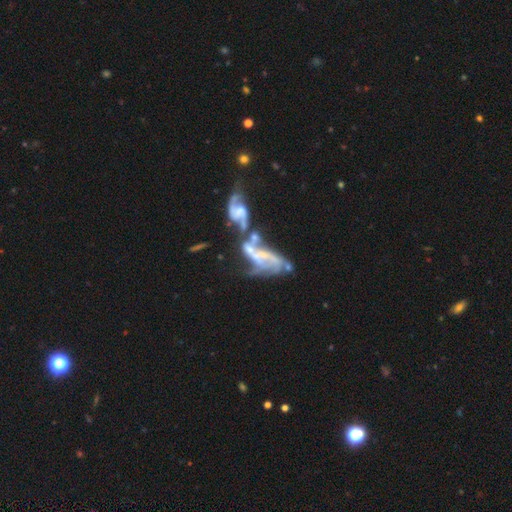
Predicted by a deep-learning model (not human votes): A featured or disk galaxy (76%) with no bar (57%), spiral arms (68%) and no central bulge (40%).

Vote fractions:
- Smooth or featured? featured or disk: 76% / smooth: 14% / star or artifact: 10%
- Edge-on disk? no: 96% / yes: 4%
- Bar? no: 57% / weak: 29% / strong: 14%
- Spiral arms? yes: 68% / no: 32%
- Bulge size? none: 40% / small: 36% / moderate: 20% / large: 3% / dominant: 1%
- Merging? merger: 58% / major disturbance: 22% / none: 12% / minor disturbance: 8%